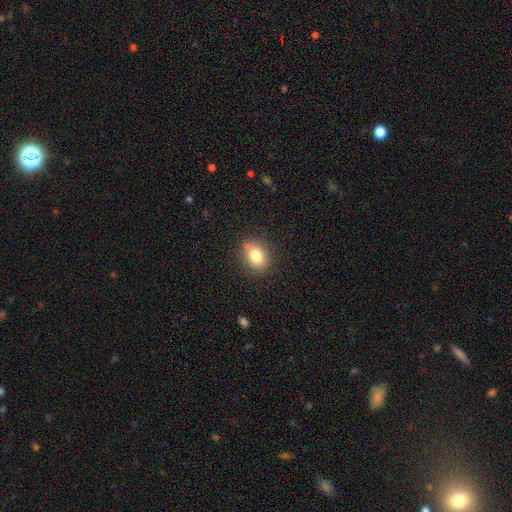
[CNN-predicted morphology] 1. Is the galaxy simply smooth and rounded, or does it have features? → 80% smooth, 10% featured or disk, 10% star or artifact.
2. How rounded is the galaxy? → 65% in between, 33% round, 2% cigar-shaped.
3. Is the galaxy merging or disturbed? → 79% none, 13% minor disturbance, 5% merger, 3% major disturbance.